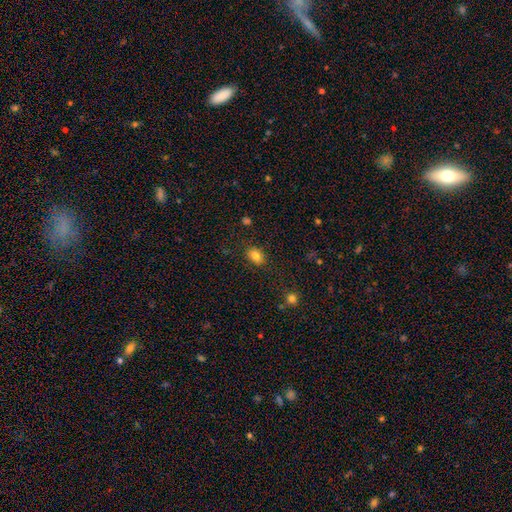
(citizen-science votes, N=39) Smooth or featured: smooth — 82% (star or artifact — 10%)
How rounded: in between — 88% (round — 12%)
Merging: none — 94% (minor disturbance — 3%)